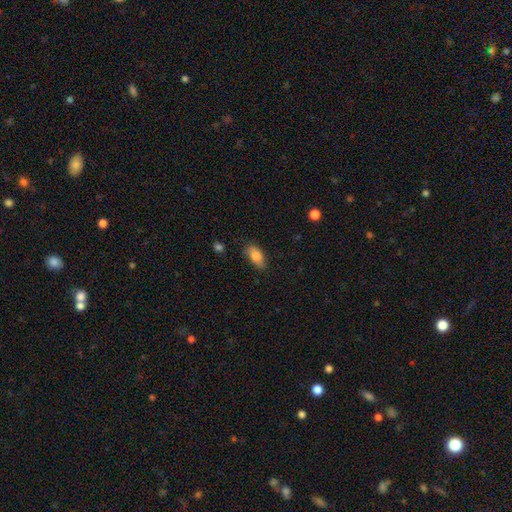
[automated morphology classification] smooth_or_featured: smooth (p=0.82) [alt: featured or disk p=0.10]
how_rounded: in between (p=0.89) [alt: cigar-shaped p=0.07]
merging: none (p=0.74) [alt: minor disturbance p=0.20]